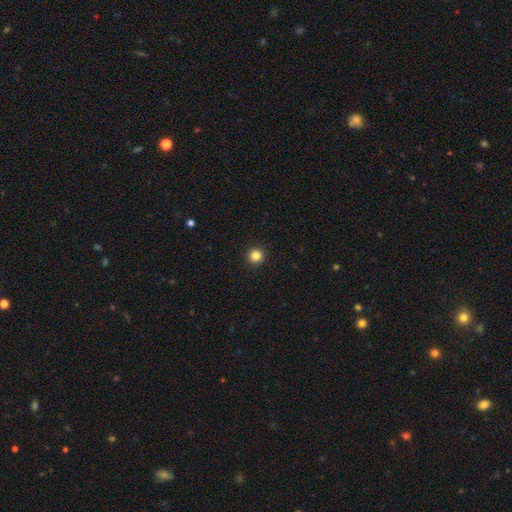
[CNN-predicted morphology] Q: Smooth or featured?
A: smooth (84%); runner-up: star or artifact (12%)
Q: How rounded?
A: round (96%); runner-up: in between (3%)
Q: Merging?
A: none (94%); runner-up: minor disturbance (4%)